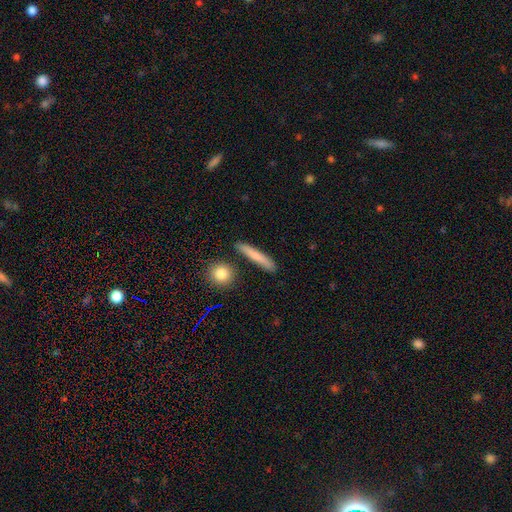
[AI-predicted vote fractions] Smooth or featured? Predicted: smooth (p=0.74). How rounded? Predicted: cigar-shaped (p=0.92). Merging? Predicted: none (p=0.87).